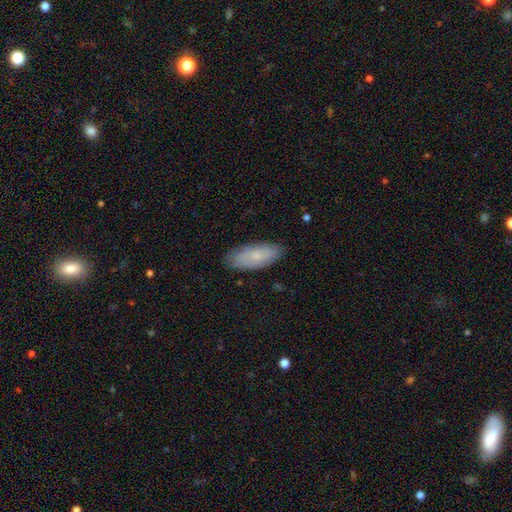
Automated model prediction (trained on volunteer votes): Smooth or featured?
  - smooth: 69% *
  - featured or disk: 24%
  - star or artifact: 6%
How rounded?
  - in between: 82% *
  - cigar-shaped: 16%
  - round: 2%
Merging?
  - none: 82% *
  - minor disturbance: 15%
  - major disturbance: 3%
  - merger: 1%